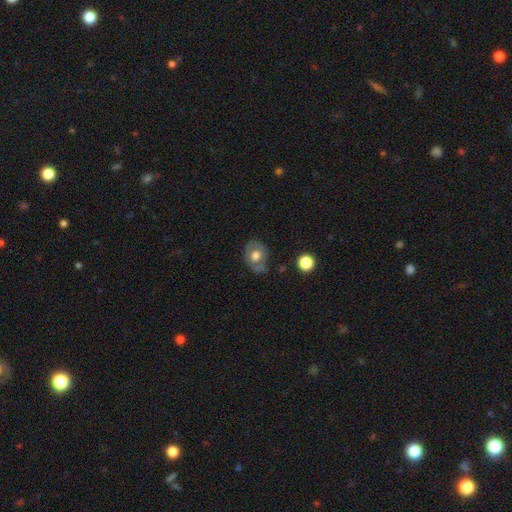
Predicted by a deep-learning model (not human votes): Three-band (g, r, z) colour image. It shows a featured or disk galaxy (48%). Merging: none (64%).